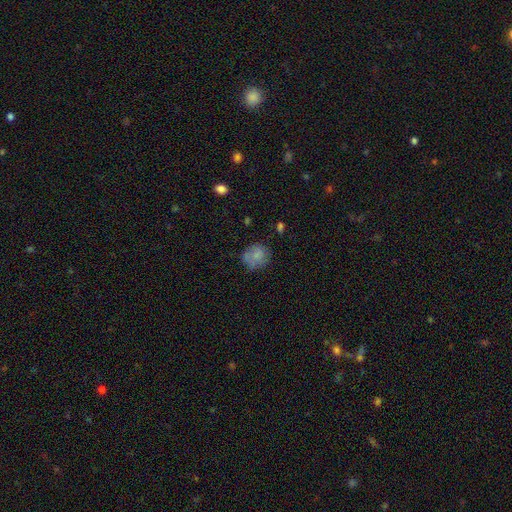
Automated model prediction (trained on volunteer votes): Q: Smooth or featured?
A: smooth (73%); runner-up: featured or disk (17%)
Q: How rounded?
A: round (80%); runner-up: in between (19%)
Q: Merging?
A: none (62%); runner-up: minor disturbance (23%)